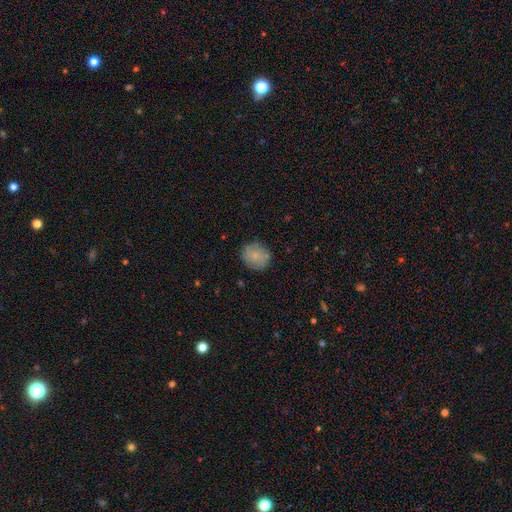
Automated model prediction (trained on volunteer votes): Smooth or featured?
  - smooth: 80% *
  - featured or disk: 13%
  - star or artifact: 7%
How rounded?
  - round: 83% *
  - in between: 16%
  - cigar-shaped: 1%
Merging?
  - none: 83% *
  - minor disturbance: 13%
  - major disturbance: 3%
  - merger: 1%